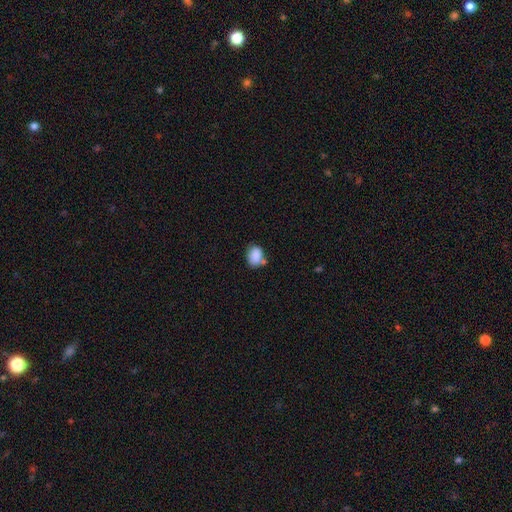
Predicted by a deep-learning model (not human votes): A smooth galaxy with no disk features (86%) that is in between round and cigar-shaped (66%). Merging: none (57%).